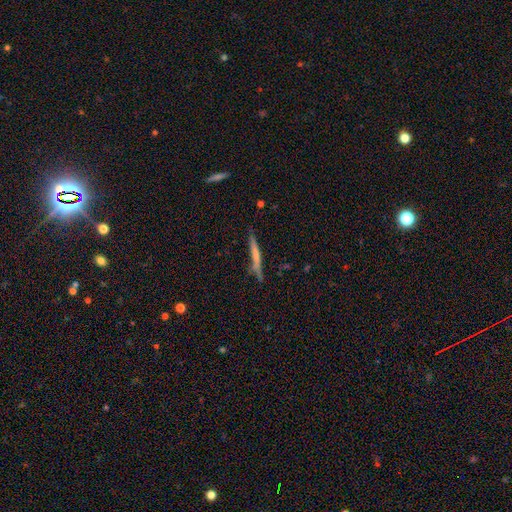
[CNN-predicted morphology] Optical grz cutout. It shows a smooth galaxy with no disk features (52%) that is cigar-shaped (96%). Merging: none (80%).